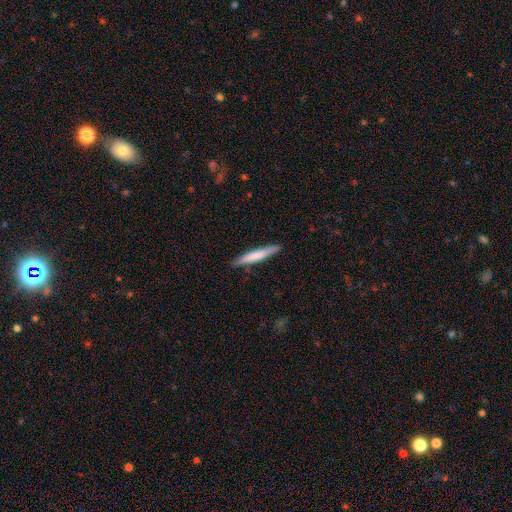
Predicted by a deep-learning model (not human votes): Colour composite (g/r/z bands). It shows a smooth galaxy with no disk features (70%) that is cigar-shaped (94%). Merging: none (88%).